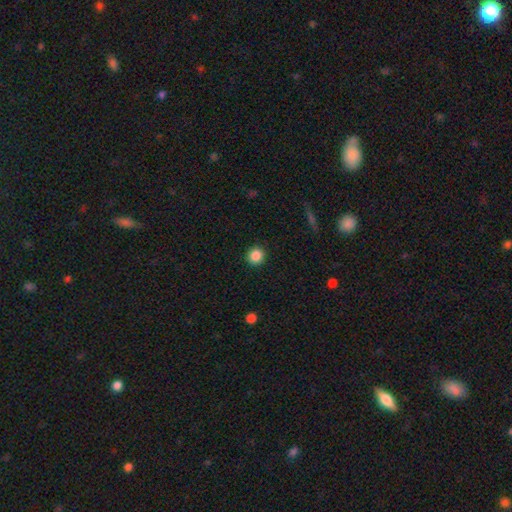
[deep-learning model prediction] smooth_or_featured: smooth (p=0.87) [alt: star or artifact p=0.10]
how_rounded: round (p=0.93) [alt: in between p=0.07]
merging: none (p=0.92) [alt: minor disturbance p=0.05]